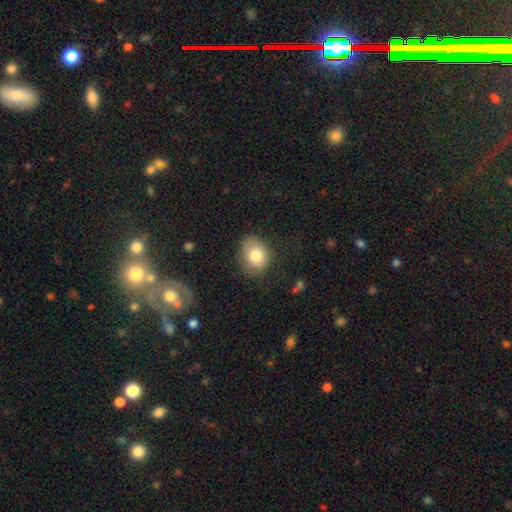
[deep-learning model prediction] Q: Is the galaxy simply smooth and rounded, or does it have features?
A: smooth — 82%.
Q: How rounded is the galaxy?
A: in between — 53%.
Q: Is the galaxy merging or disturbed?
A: none — 71%.